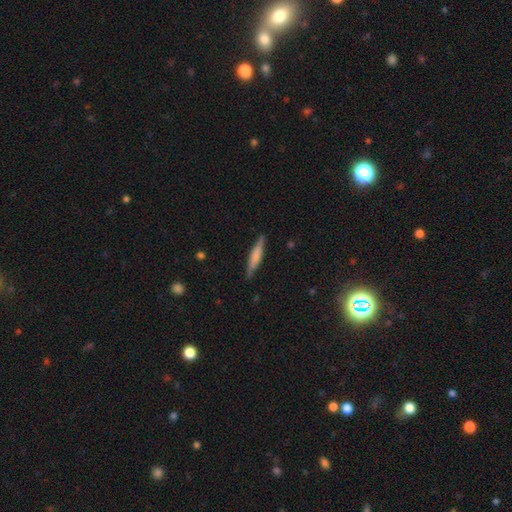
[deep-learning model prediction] This appears to be a smooth galaxy with no disk features (63%) that is cigar-shaped (87%). Merging: none (83%).